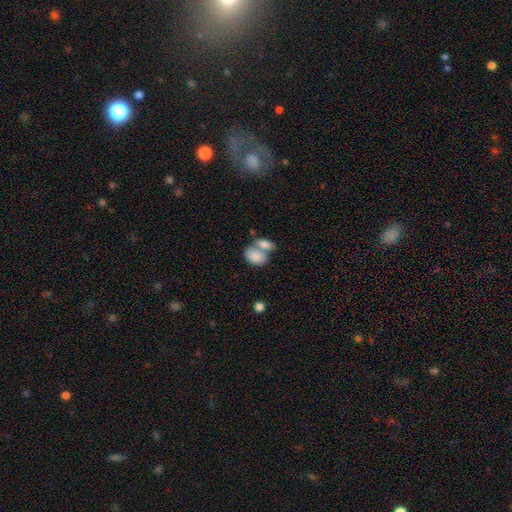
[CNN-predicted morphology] Smooth or featured?
  - smooth: 81% *
  - featured or disk: 12%
  - star or artifact: 7%
How rounded?
  - in between: 79% *
  - round: 19%
  - cigar-shaped: 1%
Merging?
  - merger: 64% *
  - none: 22%
  - minor disturbance: 9%
  - major disturbance: 5%